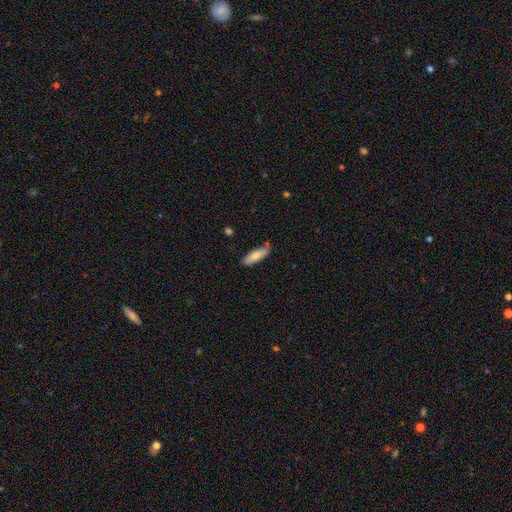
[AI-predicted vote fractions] smooth 80%, featured or disk 14%, star or artifact 6%. Down the decision tree: how rounded — cigar-shaped (51%); merging — none (73%).